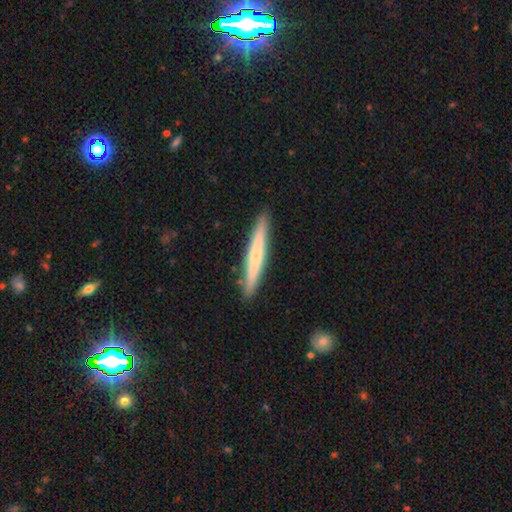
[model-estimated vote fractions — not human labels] Smooth or featured?
  - smooth: 58% *
  - featured or disk: 37%
  - star or artifact: 5%
How rounded?
  - cigar-shaped: 96% *
  - in between: 3%
  - round: 1%
Merging?
  - none: 91% *
  - minor disturbance: 7%
  - major disturbance: 1%
  - merger: 1%